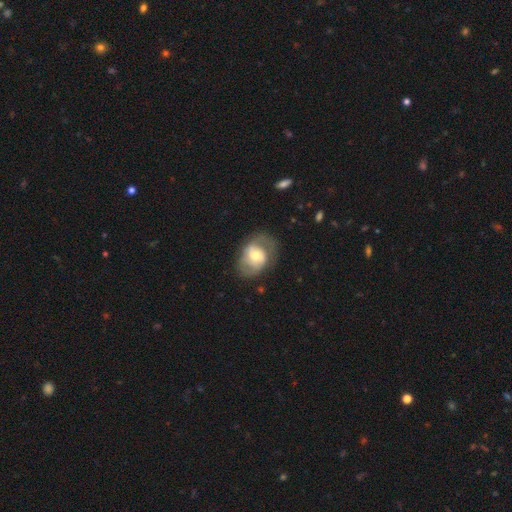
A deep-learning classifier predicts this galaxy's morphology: type=featured or disk (61%); edge-on=no (96%); bar=no (50%); spiral arms=yes (74%); bulge=moderate (63%); merging=none (60%).